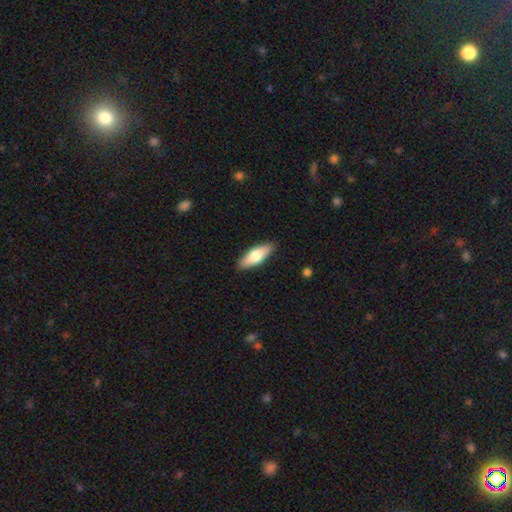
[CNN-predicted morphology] A smooth galaxy with no disk features (65%) that is in between round and cigar-shaped (61%).

Vote fractions:
- Smooth or featured? smooth: 65% / featured or disk: 29% / star or artifact: 5%
- How rounded? in between: 61% / cigar-shaped: 37% / round: 2%
- Merging? none: 89% / minor disturbance: 8% / major disturbance: 2% / merger: 1%